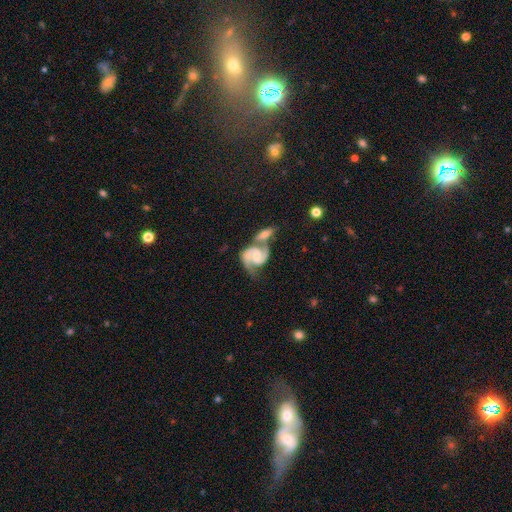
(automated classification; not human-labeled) This is clearly a featured or disk galaxy (90%). It is clearly not viewed edge-on (98%). Bar: possibly no (47%). Spiral arm pattern: clearly yes (98%). Spiral arm count: clearly 2 (92%). Spiral winding: possibly medium (57%). Central bulge: possibly small (49%). Merging: possibly merger (49%).